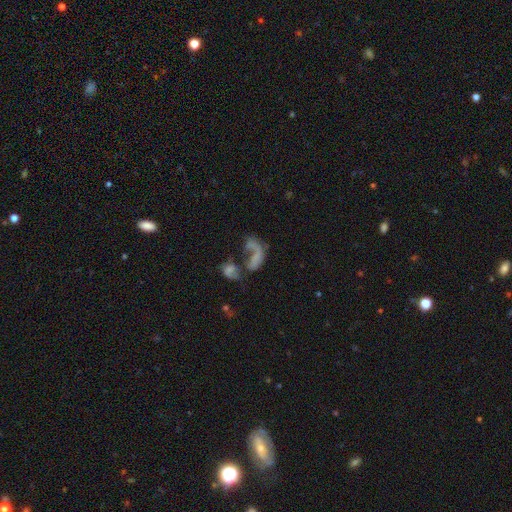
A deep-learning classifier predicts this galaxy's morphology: Smooth or featured: featured or disk — 47% (smooth — 36%)
Merging: merger — 49% (major disturbance — 28%)